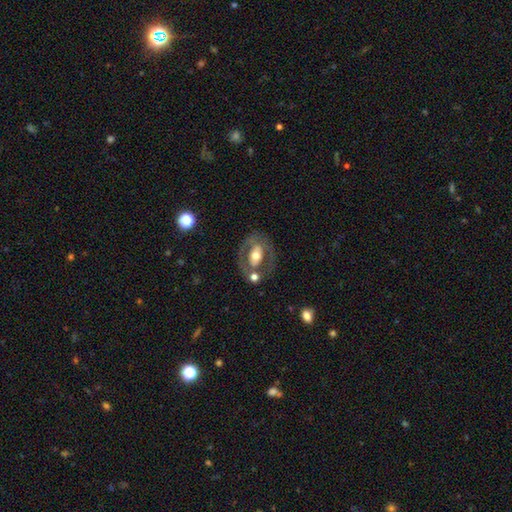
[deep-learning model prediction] Smooth or featured?
  - featured or disk: 59% *
  - smooth: 35%
  - star or artifact: 7%
Edge-on disk?
  - no: 92% *
  - yes: 8%
Bar?
  - no: 60% *
  - weak: 22%
  - strong: 18%
Spiral arms?
  - no: 75% *
  - yes: 25%
Bulge size?
  - moderate: 64% *
  - large: 22%
  - small: 11%
  - dominant: 2%
  - none: 1%
Merging?
  - none: 63% *
  - minor disturbance: 16%
  - merger: 11%
  - major disturbance: 10%